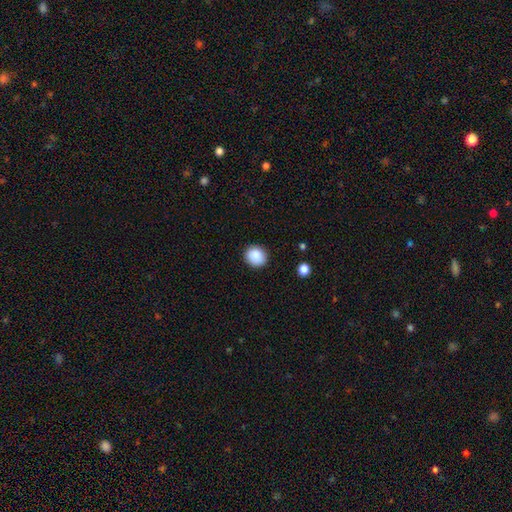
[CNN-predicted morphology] The model was most divided on "how rounded": round: 78%, in between: 21%, cigar-shaped: 1%. More confident: merging — none (89%); smooth or featured — smooth (87%).